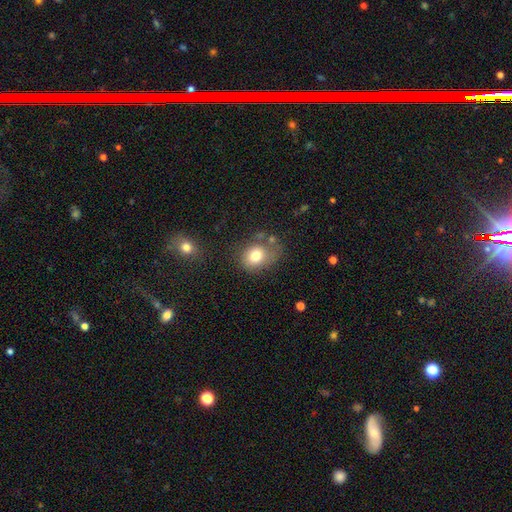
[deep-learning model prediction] Morphology: type=smooth (78%); roundness=in between (53%); merging=none (47%).